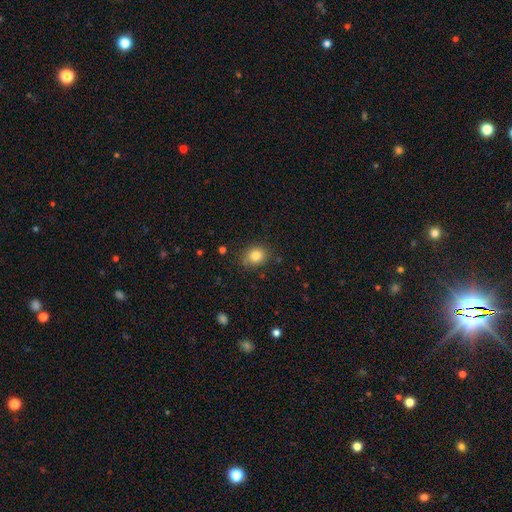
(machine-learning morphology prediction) type=smooth (82%); roundness=round (53%); merging=none (81%).